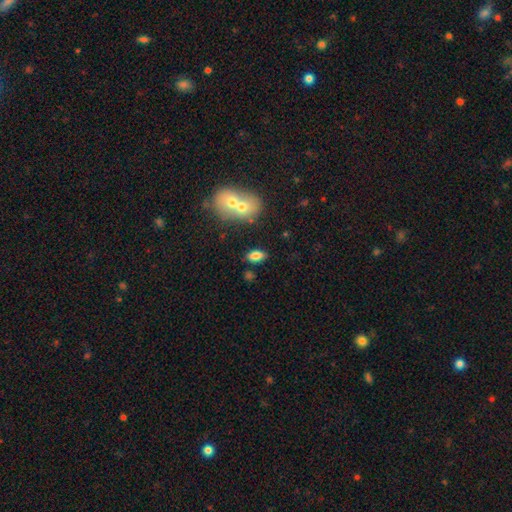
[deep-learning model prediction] smooth_or_featured: smooth (p=0.78) [alt: featured or disk p=0.12]
how_rounded: in between (p=0.89) [alt: round p=0.05]
merging: none (p=0.74) [alt: merger p=0.14]